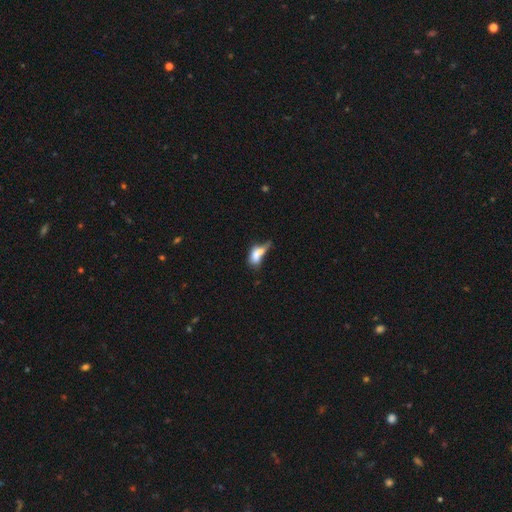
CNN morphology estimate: Q: Smooth or featured?
A: smooth (63%); runner-up: featured or disk (26%)
Q: How rounded?
A: in between (78%); runner-up: cigar-shaped (11%)
Q: Merging?
A: merger (42%); runner-up: major disturbance (24%)